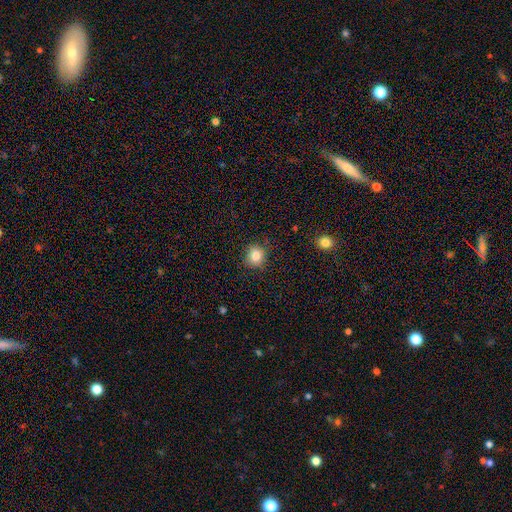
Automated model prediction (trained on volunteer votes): This is clearly a smooth galaxy (84%). How rounded: clearly round (82%). Merging: clearly none (85%).